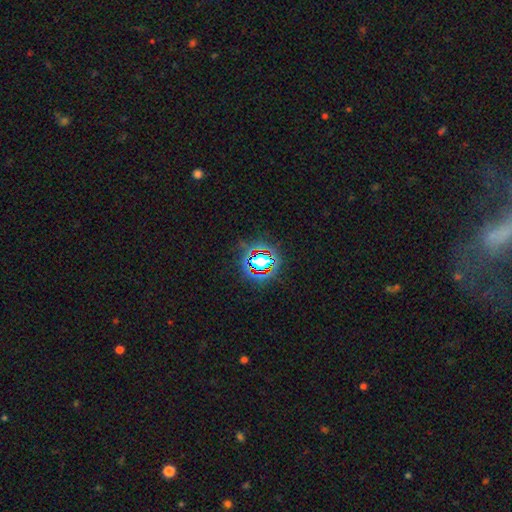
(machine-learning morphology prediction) A star or artifact, not a galaxy (67%).